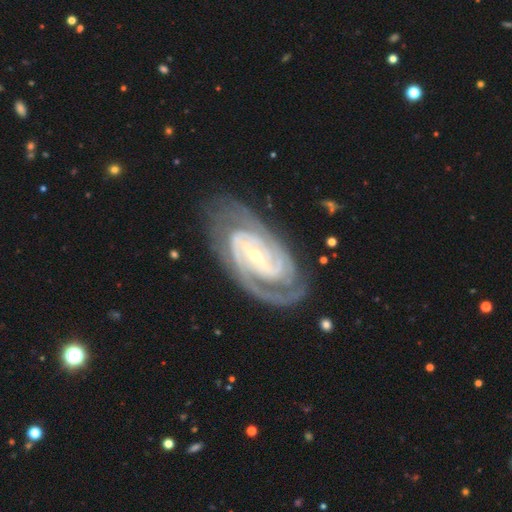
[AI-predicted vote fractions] Morphology: type=featured or disk (91%); edge-on=no (96%); bar=weak (38%); spiral arms=yes (98%); winding=tight (69%); arm count=2 (49%); bulge=small (66%); merging=none (75%).